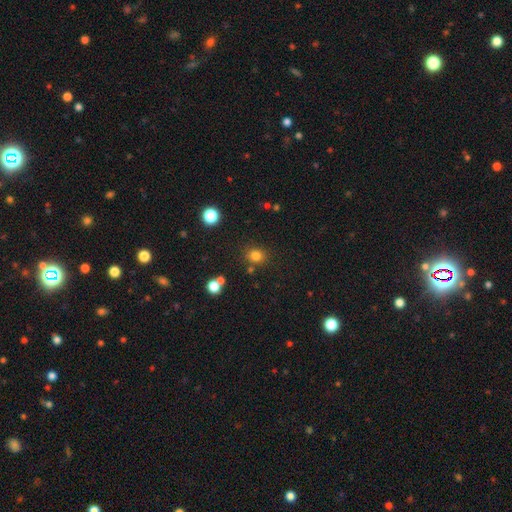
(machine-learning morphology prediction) smooth 80%, star or artifact 15%, featured or disk 5%. Down the decision tree: how rounded — round (73%); merging — none (81%).